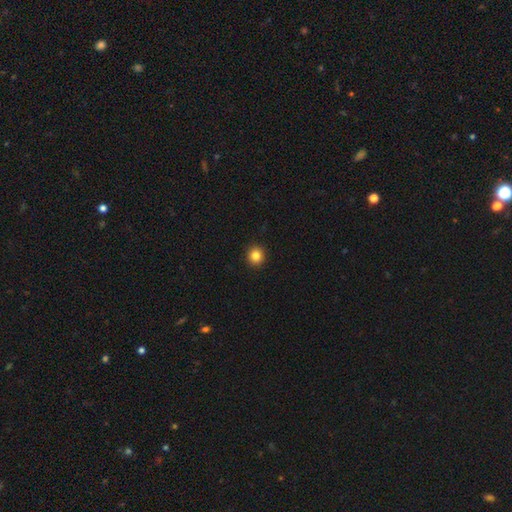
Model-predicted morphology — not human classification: smooth 85%, star or artifact 11%, featured or disk 4%. Down the decision tree: how rounded — round (93%); merging — none (93%).